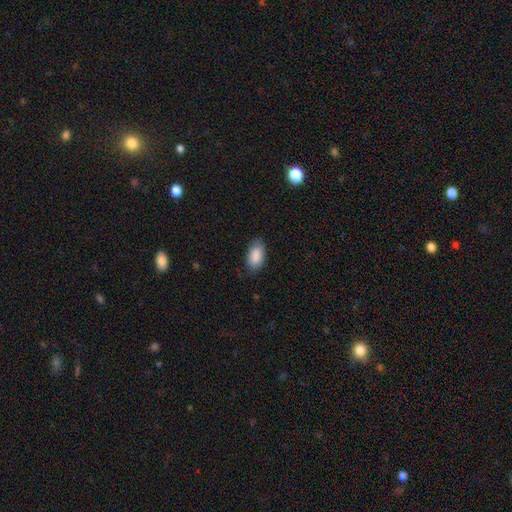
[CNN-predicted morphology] A smooth galaxy with no disk features (90%) that is in between round and cigar-shaped (94%). Merging: none (81%).